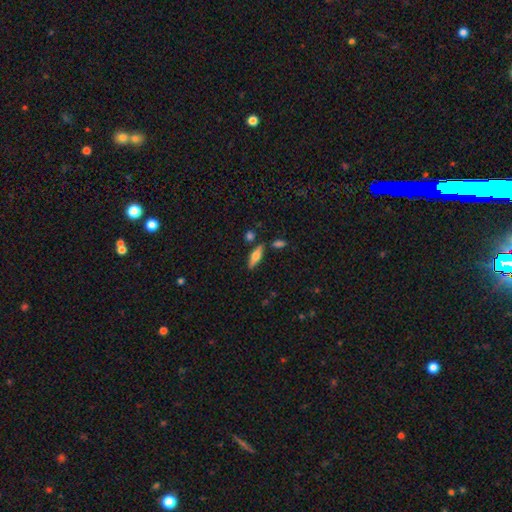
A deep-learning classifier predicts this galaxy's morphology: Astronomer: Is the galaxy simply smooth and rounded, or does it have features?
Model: smooth — 58% (runner-up: featured or disk, 35%).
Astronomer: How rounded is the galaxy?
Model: cigar-shaped — 54% (runner-up: in between, 43%).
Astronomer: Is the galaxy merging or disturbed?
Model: none — 78%.